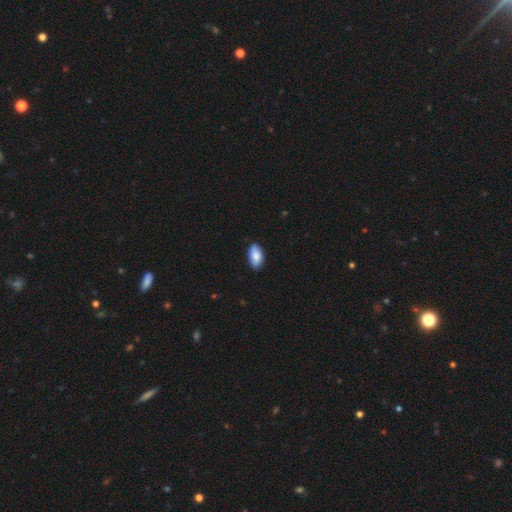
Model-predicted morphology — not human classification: A smooth galaxy with no disk features (86%) that is in between round and cigar-shaped (94%).

Vote fractions:
- Smooth or featured? smooth: 86% / featured or disk: 7% / star or artifact: 6%
- How rounded? in between: 94% / cigar-shaped: 3% / round: 3%
- Merging? none: 86% / minor disturbance: 11% / major disturbance: 2% / merger: 1%